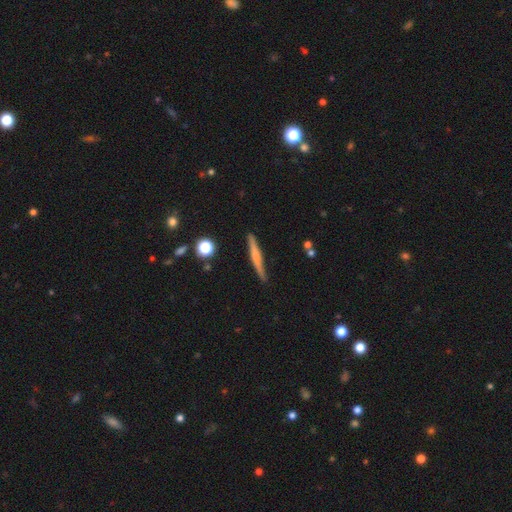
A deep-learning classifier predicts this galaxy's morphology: This is possibly a featured or disk galaxy (47%, tied with smooth). Merging: clearly none (85%).